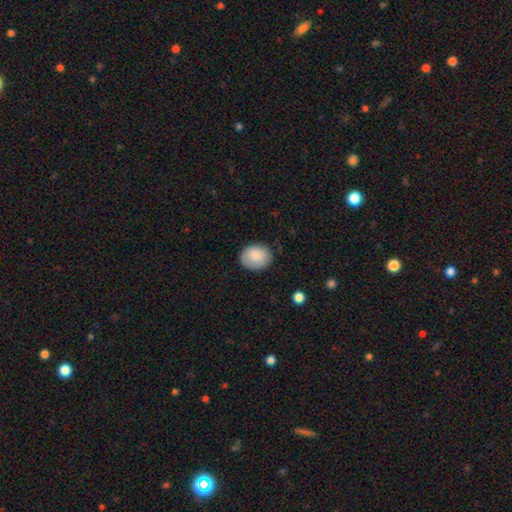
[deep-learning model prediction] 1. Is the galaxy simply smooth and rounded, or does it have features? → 86% smooth, 7% featured or disk, 7% star or artifact.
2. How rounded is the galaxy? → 56% round, 44% in between, 1% cigar-shaped.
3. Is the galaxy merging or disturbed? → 83% none, 13% minor disturbance, 3% major disturbance, 1% merger.